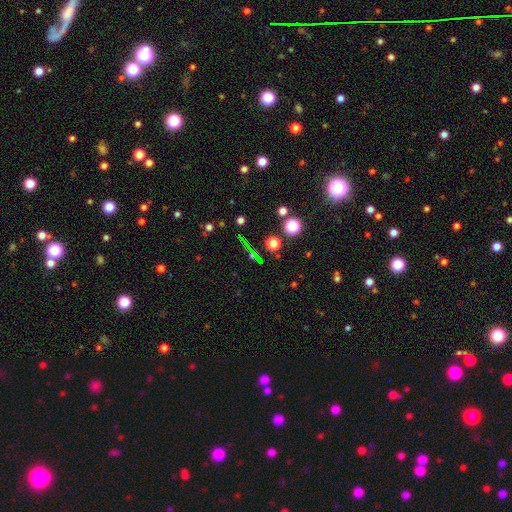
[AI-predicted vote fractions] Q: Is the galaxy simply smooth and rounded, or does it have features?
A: star or artifact — 45%.